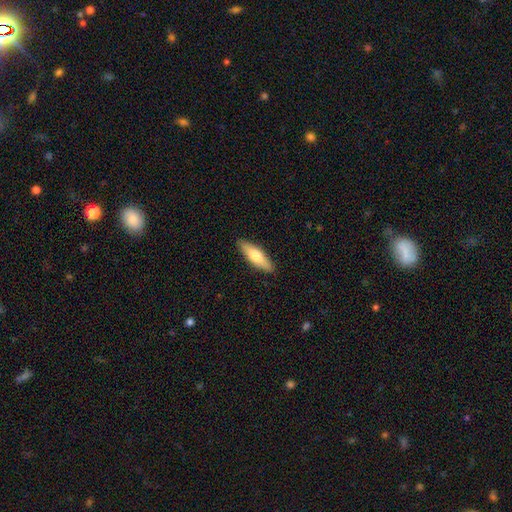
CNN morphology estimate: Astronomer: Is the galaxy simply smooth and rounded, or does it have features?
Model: smooth — 67%.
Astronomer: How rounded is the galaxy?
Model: cigar-shaped — 56% (runner-up: in between, 42%).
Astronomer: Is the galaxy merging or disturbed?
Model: none — 89%.